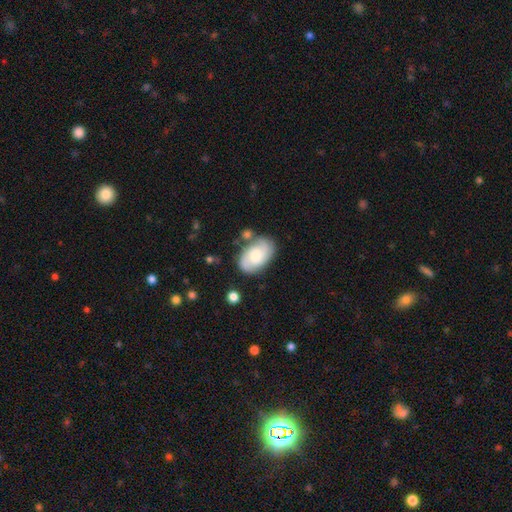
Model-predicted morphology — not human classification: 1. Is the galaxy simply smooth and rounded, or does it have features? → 58% featured or disk, 36% smooth, 7% star or artifact.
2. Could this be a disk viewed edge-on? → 96% no, 4% yes.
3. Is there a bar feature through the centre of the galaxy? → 61% no, 33% weak, 6% strong.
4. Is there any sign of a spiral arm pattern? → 89% yes, 11% no.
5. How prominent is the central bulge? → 53% moderate, 33% small, 9% large, 3% none, 2% dominant.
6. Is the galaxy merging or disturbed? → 67% none, 18% minor disturbance, 10% merger, 6% major disturbance.